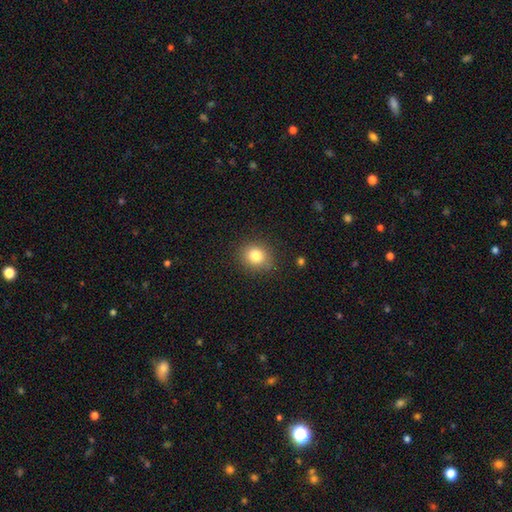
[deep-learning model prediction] This appears to be a smooth galaxy with no disk features (81%) that is round (70%). Merging: none (85%).